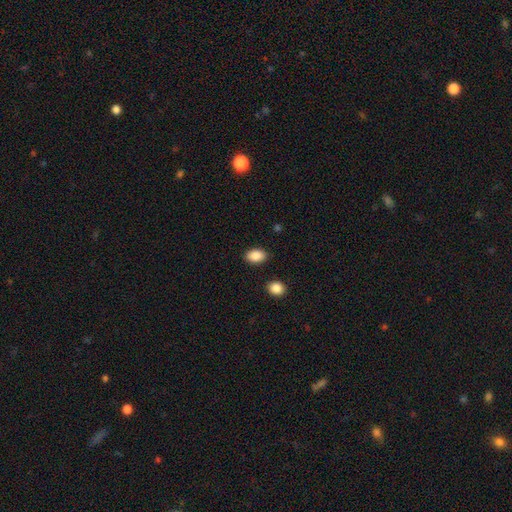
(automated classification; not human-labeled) The model was most divided on "how rounded": in between: 87%, round: 12%, cigar-shaped: 1%. More confident: smooth or featured — smooth (89%); merging — none (87%).